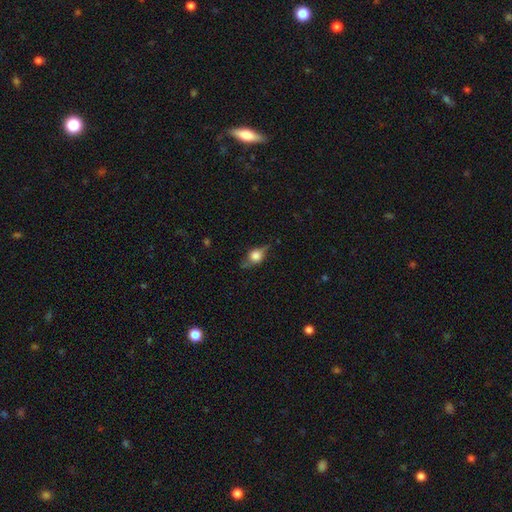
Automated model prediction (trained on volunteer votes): Smooth or featured? Predicted: featured or disk (p=0.52). Edge-on disk? Predicted: yes (p=0.89). Merging? Predicted: none (p=0.74).